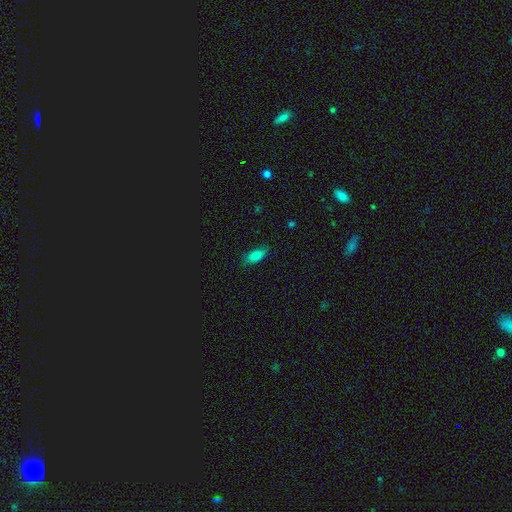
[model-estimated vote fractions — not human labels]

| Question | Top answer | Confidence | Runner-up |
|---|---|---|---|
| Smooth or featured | smooth | 81% | star or artifact (10%) |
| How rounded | in between | 77% | cigar-shaped (20%) |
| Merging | none | 81% | minor disturbance (15%) |